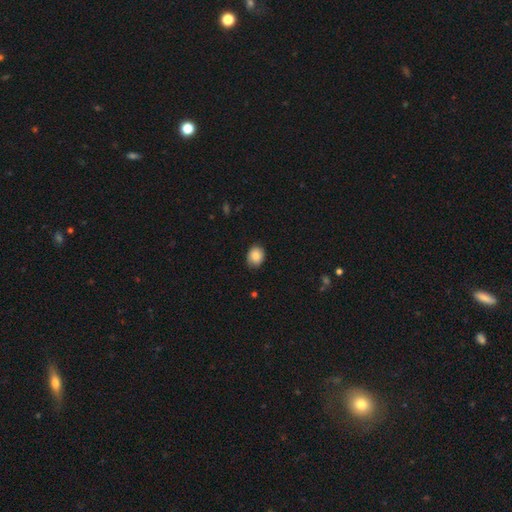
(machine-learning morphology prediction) The model was most divided on "how rounded": round: 56%, in between: 43%, cigar-shaped: 1%. More confident: smooth or featured — smooth (84%); merging — none (81%).